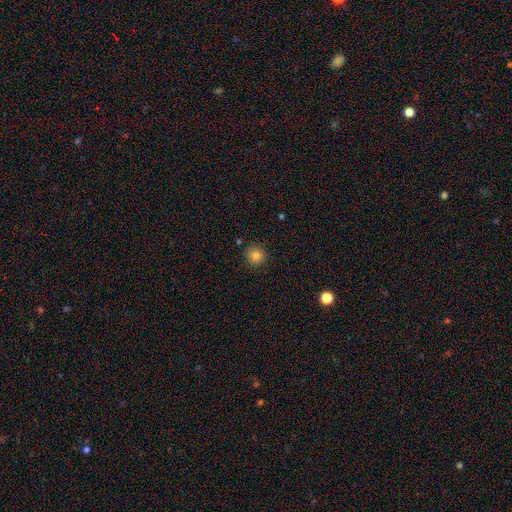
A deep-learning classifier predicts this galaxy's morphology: Smooth or featured? Predicted: smooth (p=0.81). How rounded? Predicted: round (p=0.94). Merging? Predicted: none (p=0.88).